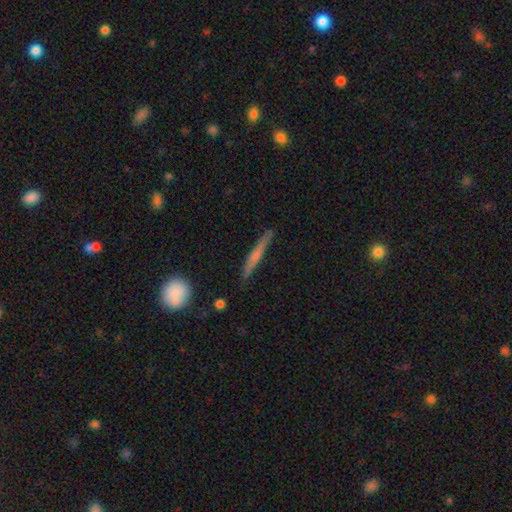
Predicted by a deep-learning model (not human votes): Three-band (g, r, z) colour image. It shows a featured or disk galaxy (49%). Merging: none (86%).